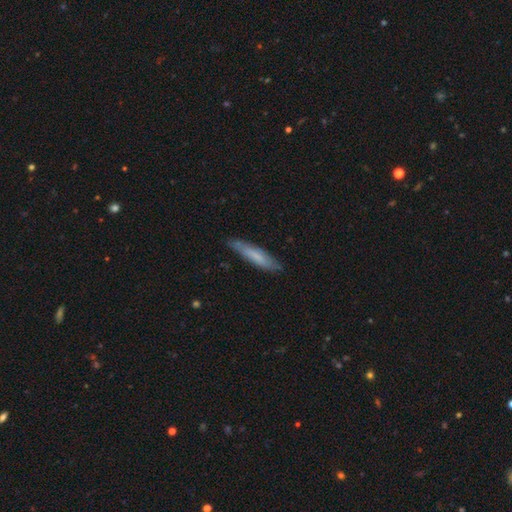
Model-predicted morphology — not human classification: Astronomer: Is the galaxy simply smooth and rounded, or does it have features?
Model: smooth — 64%.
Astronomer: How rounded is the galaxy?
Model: cigar-shaped — 86%.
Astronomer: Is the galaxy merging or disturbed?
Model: none — 81%.